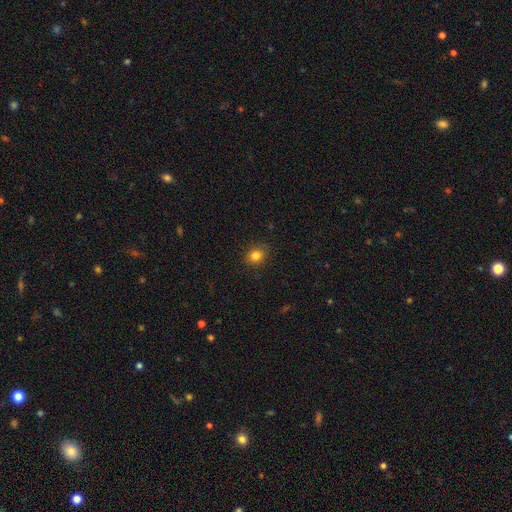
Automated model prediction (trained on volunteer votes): This is clearly a smooth galaxy (83%). How rounded: likely round (71%). Merging: clearly none (86%).